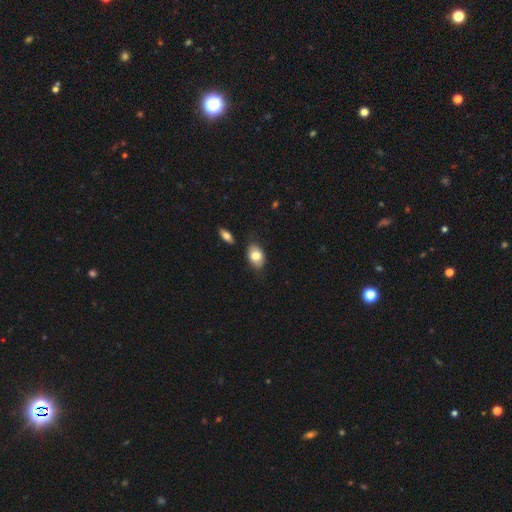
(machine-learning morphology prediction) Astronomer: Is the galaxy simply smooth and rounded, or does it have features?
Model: smooth — 79%.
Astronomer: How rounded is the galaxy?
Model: in between — 86%.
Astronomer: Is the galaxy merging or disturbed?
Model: none — 77%.